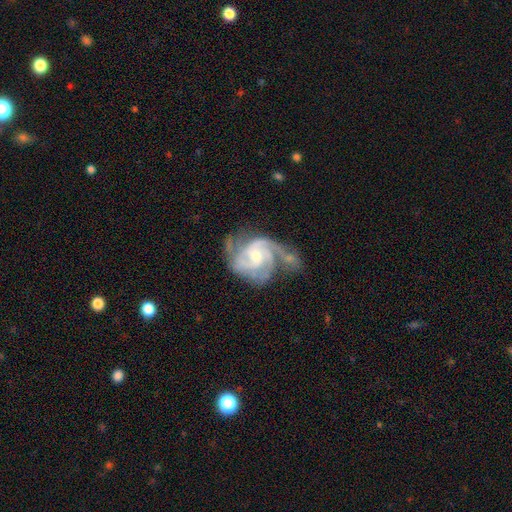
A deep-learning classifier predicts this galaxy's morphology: Smooth or featured? featured or disk (91%)
Edge-on disk? no (98%)
Bar? no (57%)
Spiral arms? yes (98%)
Spiral winding? tight (46%)
Spiral arm count? 3 (44%)
Bulge size? small (53%)
Merging? none (47%)